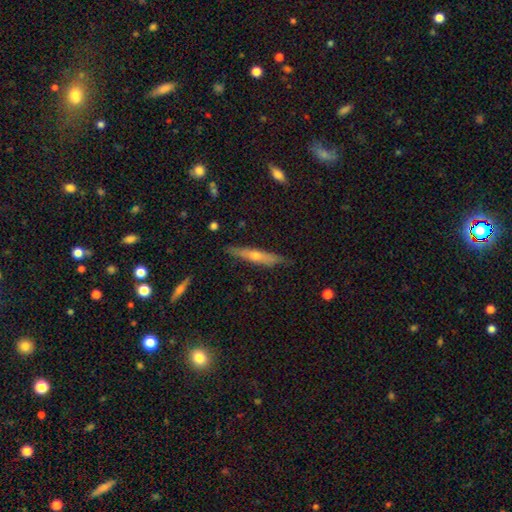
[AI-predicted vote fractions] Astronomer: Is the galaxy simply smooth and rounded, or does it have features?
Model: featured or disk — 56% (runner-up: smooth, 37%).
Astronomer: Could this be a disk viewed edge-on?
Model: yes — 91%.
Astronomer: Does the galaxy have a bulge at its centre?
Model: rounded — 80%.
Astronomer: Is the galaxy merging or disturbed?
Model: none — 84%.